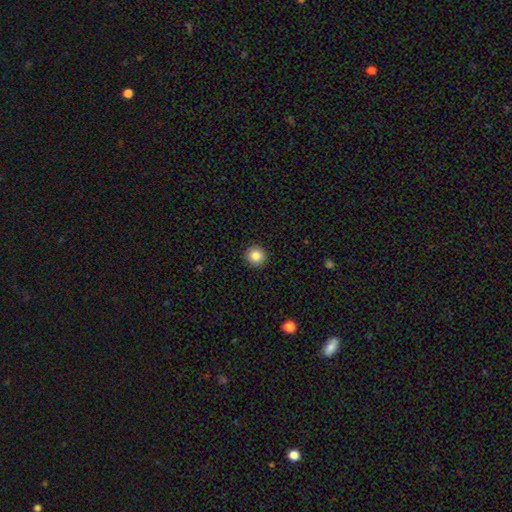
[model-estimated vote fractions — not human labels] smooth_or_featured: smooth (p=0.85) [alt: star or artifact p=0.10]
how_rounded: round (p=0.95) [alt: in between p=0.04]
merging: none (p=0.93) [alt: minor disturbance p=0.05]